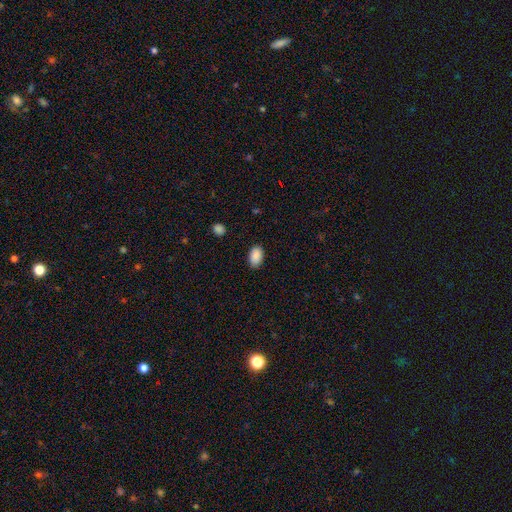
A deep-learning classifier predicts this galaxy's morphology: A smooth galaxy with no disk features (90%) that is in between round and cigar-shaped (91%).

Vote fractions:
- Smooth or featured? smooth: 90% / star or artifact: 7% / featured or disk: 3%
- How rounded? in between: 91% / round: 7% / cigar-shaped: 1%
- Merging? none: 85% / minor disturbance: 11% / major disturbance: 2% / merger: 1%